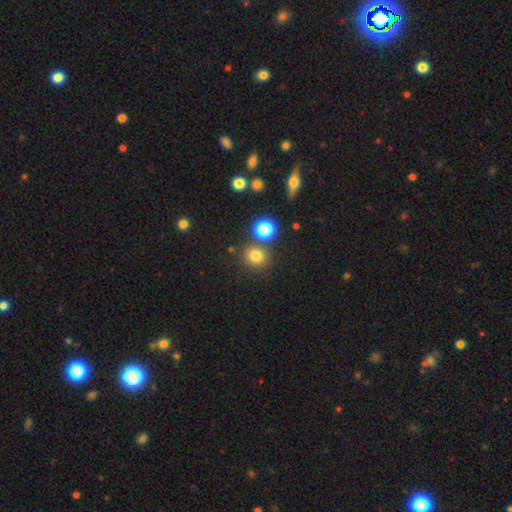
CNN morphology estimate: This is likely a smooth galaxy (76%). How rounded: clearly round (84%). Merging: likely none (75%).